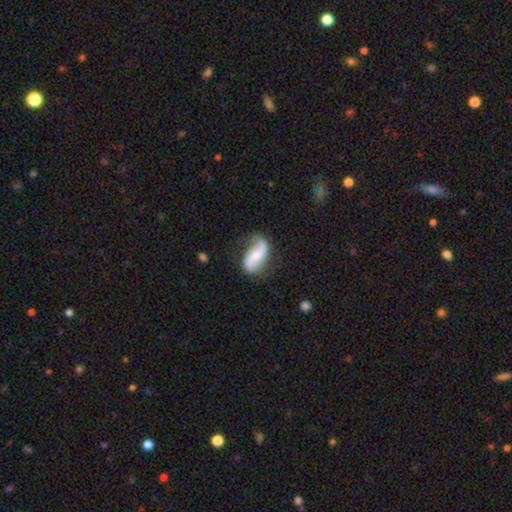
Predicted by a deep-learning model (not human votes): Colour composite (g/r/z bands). It shows a featured or disk galaxy (71%) with a strong bar (39%), 2 (86%) loose (76%) spiral arms (89%) and a small central bulge (48%). Merging: none (64%).